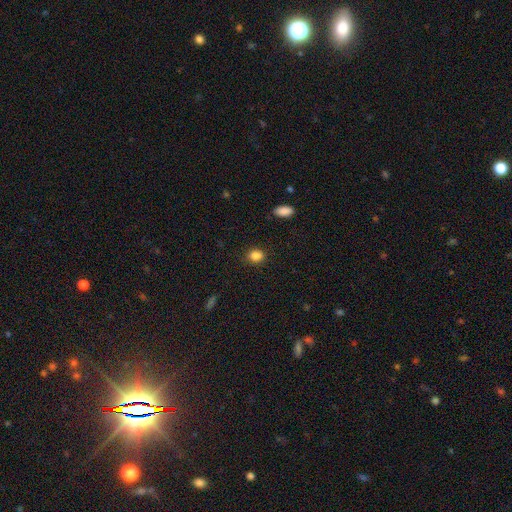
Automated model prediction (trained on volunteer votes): Smooth or featured?
  - smooth: 86% *
  - star or artifact: 10%
  - featured or disk: 4%
How rounded?
  - round: 56% *
  - in between: 43%
  - cigar-shaped: 1%
Merging?
  - none: 85% *
  - minor disturbance: 11%
  - major disturbance: 3%
  - merger: 1%